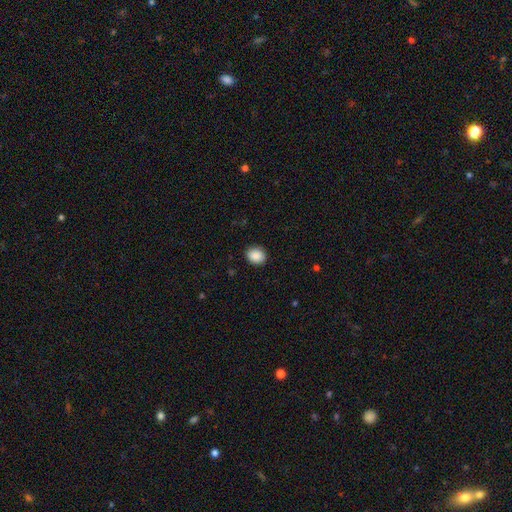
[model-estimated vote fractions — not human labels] Smooth or featured? Predicted: smooth (p=0.89). How rounded? Predicted: round (p=0.60). Merging? Predicted: none (p=0.89).